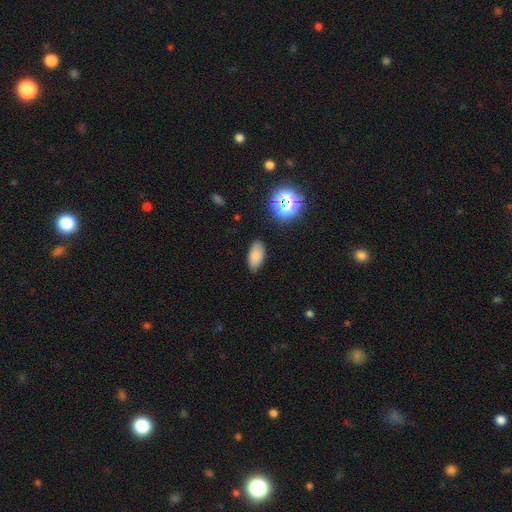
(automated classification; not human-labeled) The model was most divided on "merging": none: 83%, minor disturbance: 13%, major disturbance: 3%, merger: 1%. More confident: how rounded — in between (92%); smooth or featured — smooth (81%).